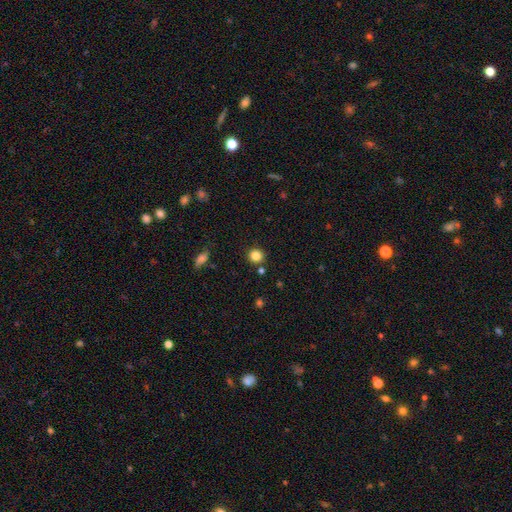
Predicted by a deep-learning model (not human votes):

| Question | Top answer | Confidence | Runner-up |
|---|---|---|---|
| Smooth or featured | smooth | 83% | star or artifact (12%) |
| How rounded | round | 92% | in between (7%) |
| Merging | none | 86% | minor disturbance (7%) |